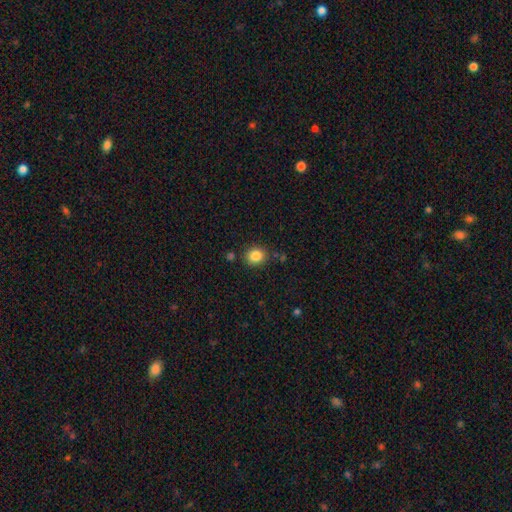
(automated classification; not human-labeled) Smooth or featured? smooth (85%)
How rounded? round (70%)
Merging? none (83%)